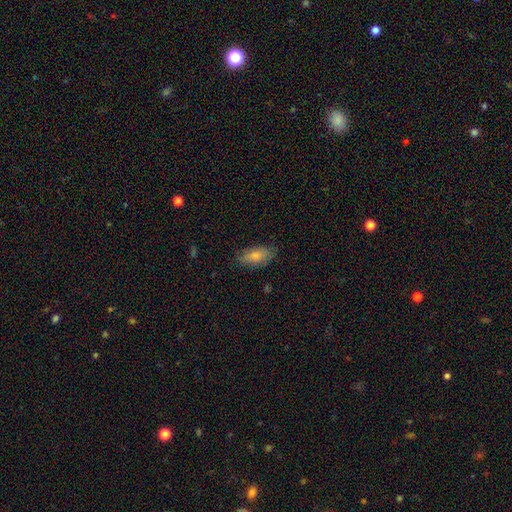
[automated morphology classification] type=smooth (80%); roundness=in between (89%); merging=none (77%).